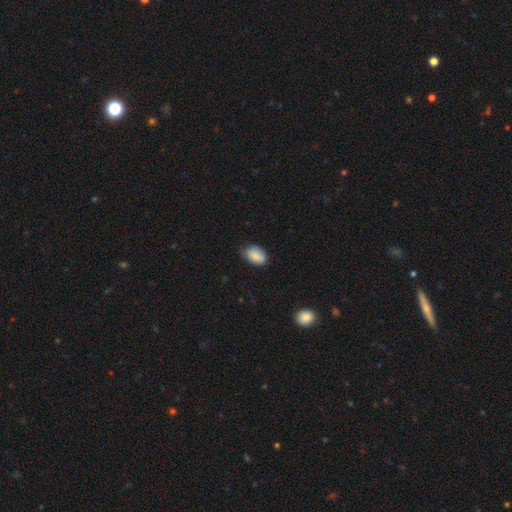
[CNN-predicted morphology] type=smooth (83%); roundness=in between (86%); merging=none (65%).